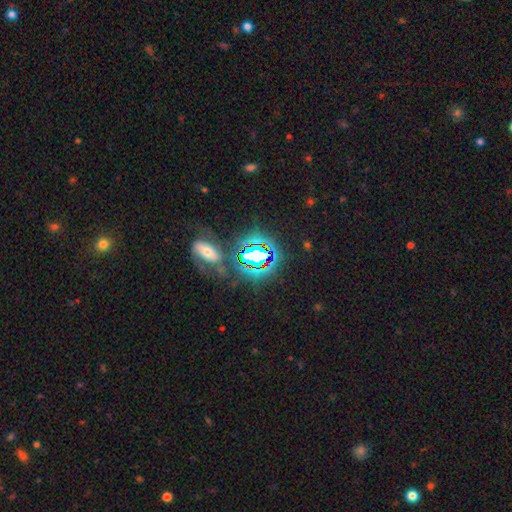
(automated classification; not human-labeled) Smooth or featured: star or artifact — 69% (smooth — 17%)